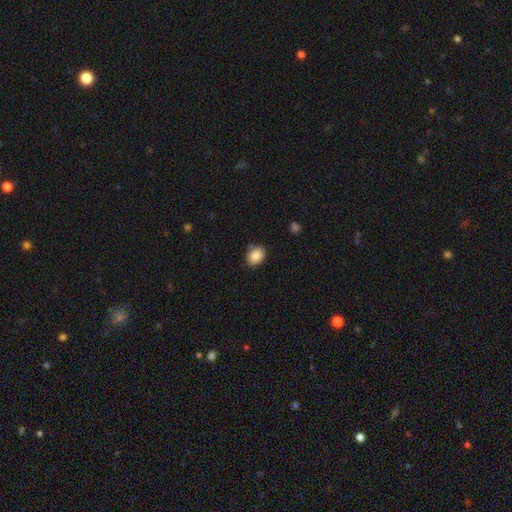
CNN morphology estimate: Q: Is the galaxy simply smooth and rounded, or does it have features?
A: smooth — 88%.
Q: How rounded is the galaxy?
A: in between — 62%.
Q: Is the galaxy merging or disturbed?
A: none — 79%.